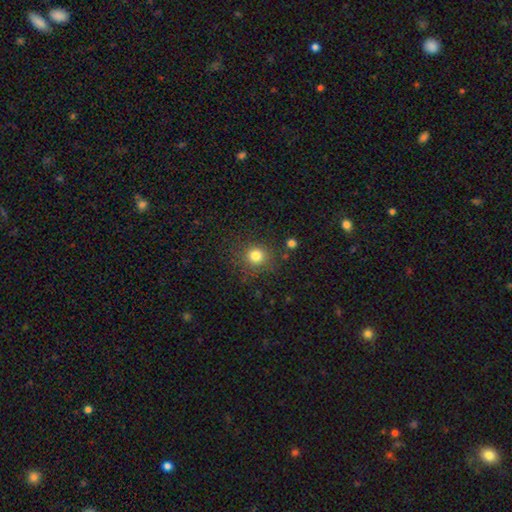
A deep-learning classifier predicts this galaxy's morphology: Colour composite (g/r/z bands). It shows a smooth galaxy with no disk features (80%) that is round (91%). Merging: none (84%).